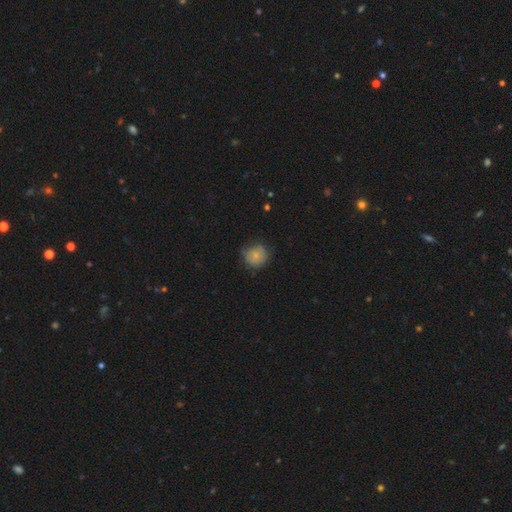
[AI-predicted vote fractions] smooth 73%, featured or disk 17%, star or artifact 10%. Down the decision tree: how rounded — round (89%); merging — none (68%).